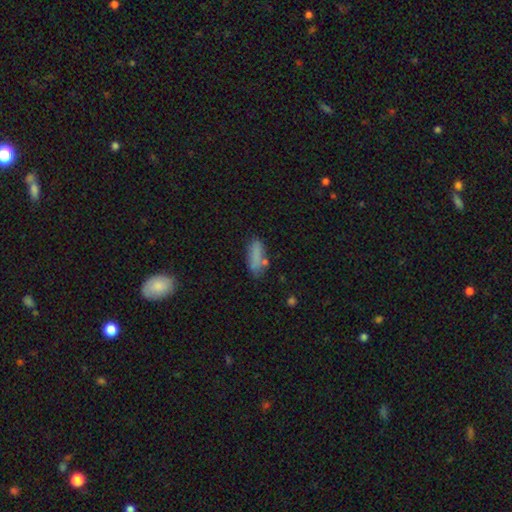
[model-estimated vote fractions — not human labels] Q: Smooth or featured?
A: smooth (78%); runner-up: featured or disk (11%)
Q: How rounded?
A: in between (67%); runner-up: cigar-shaped (30%)
Q: Merging?
A: none (63%); runner-up: minor disturbance (21%)